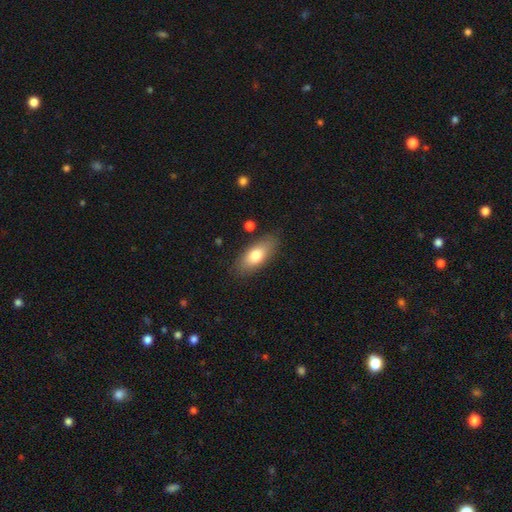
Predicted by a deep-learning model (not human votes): Q: Smooth or featured?
A: smooth (75%); runner-up: featured or disk (18%)
Q: How rounded?
A: in between (82%); runner-up: cigar-shaped (14%)
Q: Merging?
A: none (83%); runner-up: minor disturbance (12%)